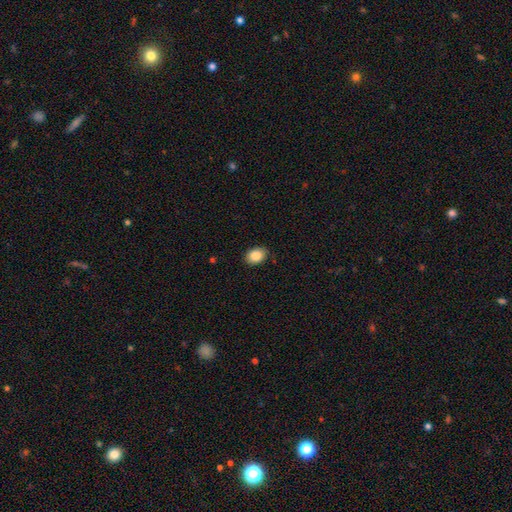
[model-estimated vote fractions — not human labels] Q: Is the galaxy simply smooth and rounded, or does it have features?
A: smooth — 88%.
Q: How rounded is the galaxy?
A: in between — 70%.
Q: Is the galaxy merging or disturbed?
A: none — 84%.